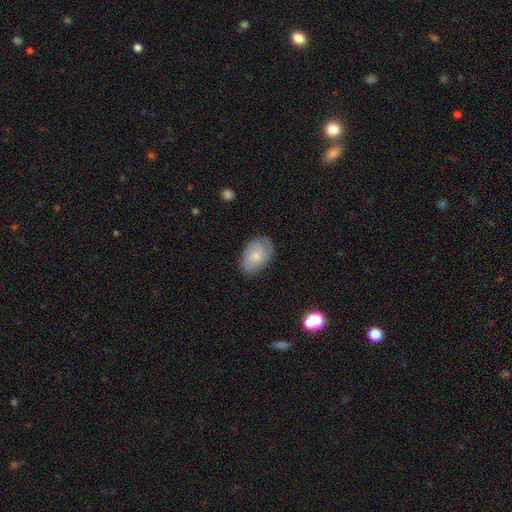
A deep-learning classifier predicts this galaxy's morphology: A smooth galaxy with no disk features (67%) that is in between round and cigar-shaped (87%).

Vote fractions:
- Smooth or featured? smooth: 67% / featured or disk: 27% / star or artifact: 7%
- How rounded? in between: 87% / round: 12% / cigar-shaped: 1%
- Merging? none: 77% / minor disturbance: 18% / major disturbance: 4% / merger: 1%